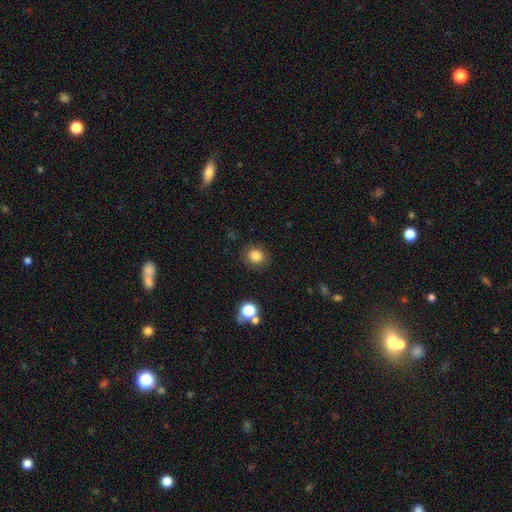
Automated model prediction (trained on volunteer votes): This appears to be a smooth galaxy with no disk features (83%) that is round (81%). Merging: none (87%).